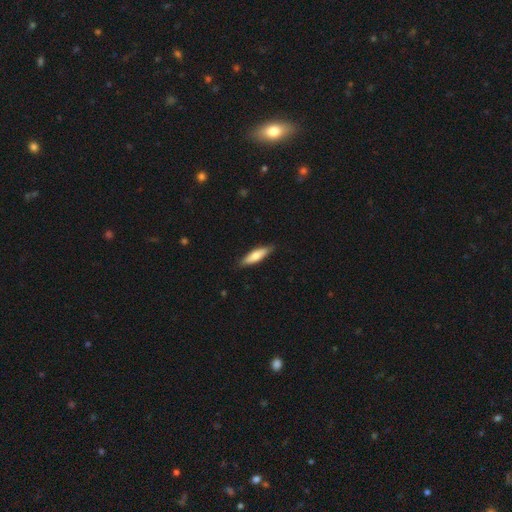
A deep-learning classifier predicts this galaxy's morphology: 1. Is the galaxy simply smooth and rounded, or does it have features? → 66% smooth, 28% featured or disk, 5% star or artifact.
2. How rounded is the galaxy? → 66% cigar-shaped, 33% in between, 2% round.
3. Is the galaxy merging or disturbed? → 86% none, 11% minor disturbance, 2% major disturbance, 1% merger.